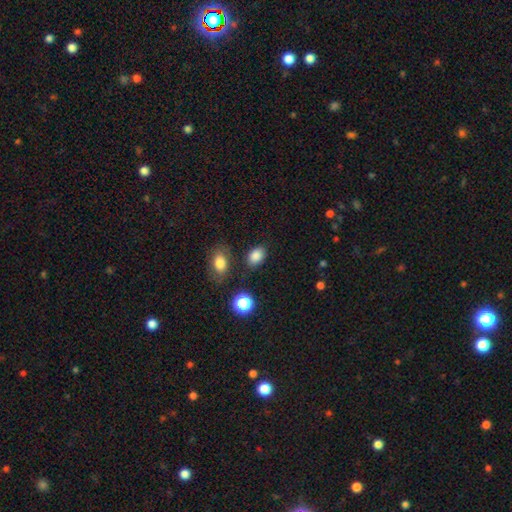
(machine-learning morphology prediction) Q: Smooth or featured?
A: smooth (85%); runner-up: star or artifact (11%)
Q: How rounded?
A: in between (77%); runner-up: round (22%)
Q: Merging?
A: none (81%); runner-up: minor disturbance (11%)